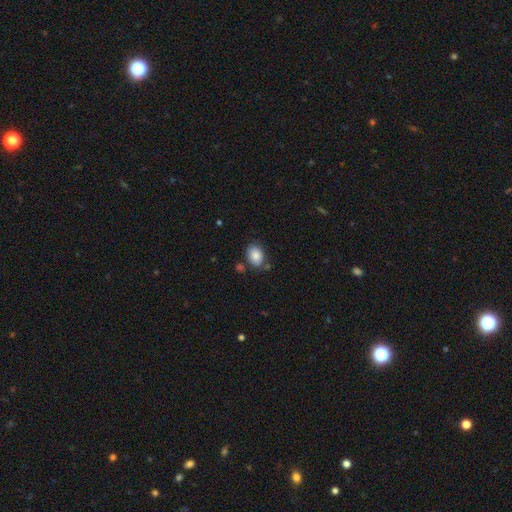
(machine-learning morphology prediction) Smooth or featured? smooth (85%)
How rounded? in between (74%)
Merging? none (73%)